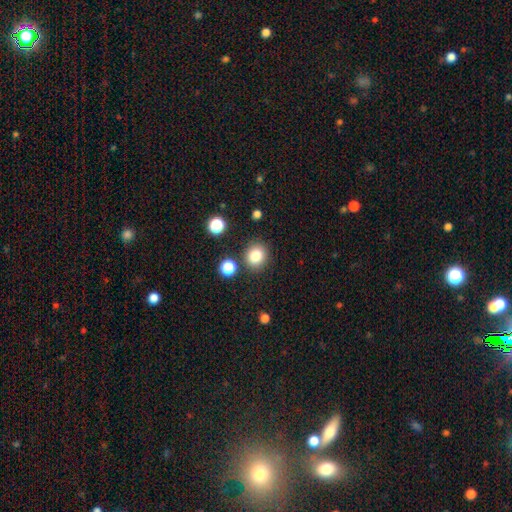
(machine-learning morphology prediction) The model was most divided on "how rounded": round: 81%, in between: 18%, cigar-shaped: 1%. More confident: merging — none (84%); smooth or featured — smooth (82%).